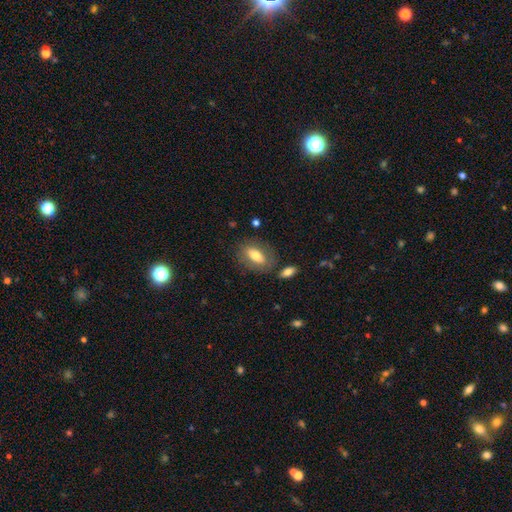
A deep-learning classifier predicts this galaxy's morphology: This appears to be a smooth galaxy with no disk features (68%) that is in between round and cigar-shaped (81%). Merging: none (76%).